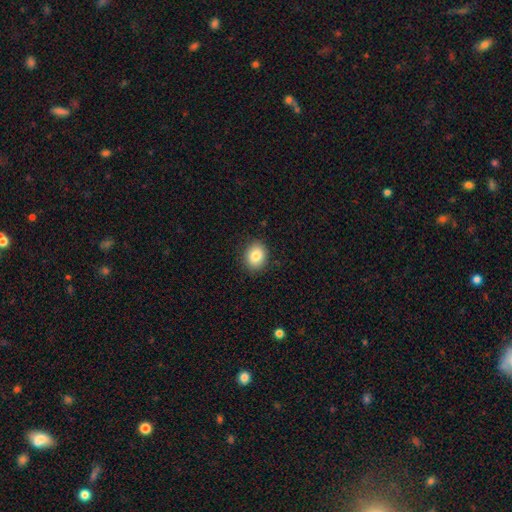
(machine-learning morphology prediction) Overall: smooth (84%). How rounded: in between (50%; round 49%). Merging: none (88%).